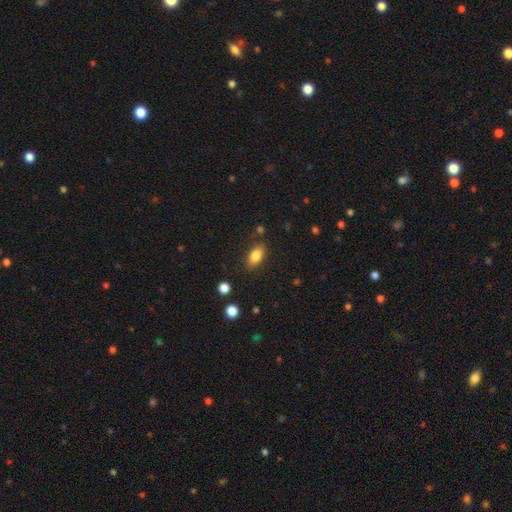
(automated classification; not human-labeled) Morphology: type=smooth (84%); roundness=in between (88%); merging=none (83%).